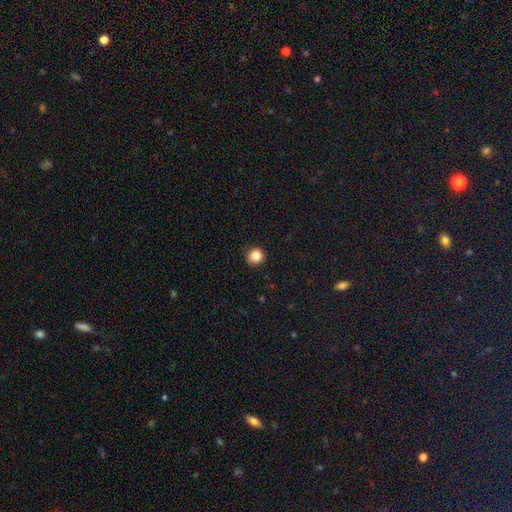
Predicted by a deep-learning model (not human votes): A smooth galaxy with no disk features (87%) that is round (93%). Merging: none (89%).